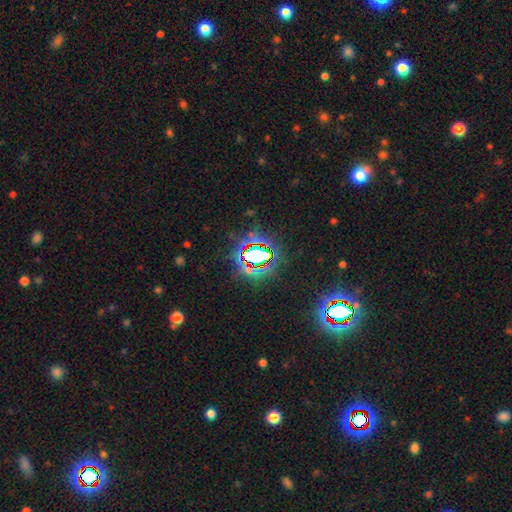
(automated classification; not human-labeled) This appears to be a star or artifact, not a galaxy (73%).